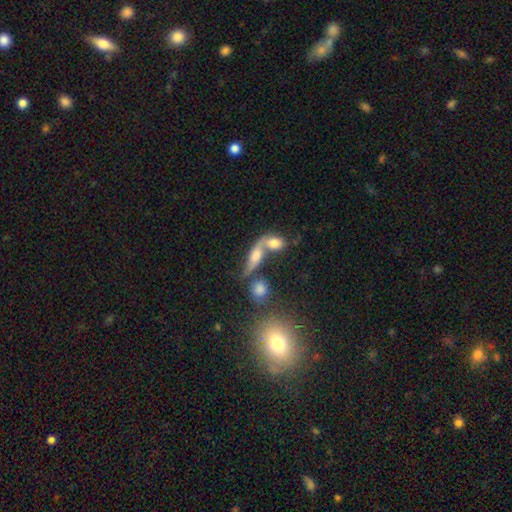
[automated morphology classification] A smooth galaxy with no disk features (47%).

Vote fractions:
- Smooth or featured? smooth: 47% / featured or disk: 40% / star or artifact: 13%
- Merging? merger: 50% / none: 30% / minor disturbance: 11% / major disturbance: 10%